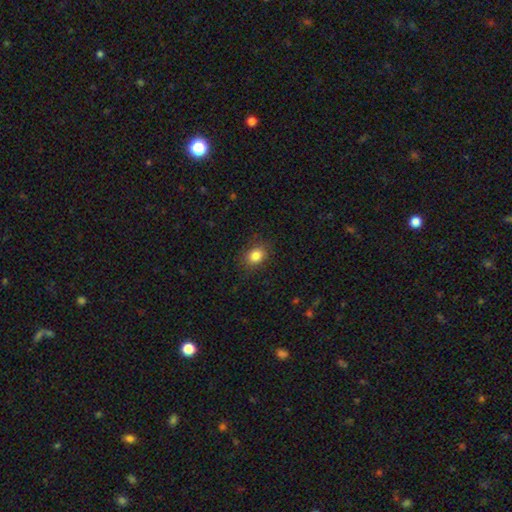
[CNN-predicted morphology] smooth 84%, star or artifact 10%, featured or disk 6%. Down the decision tree: how rounded — round (56%); merging — none (84%).